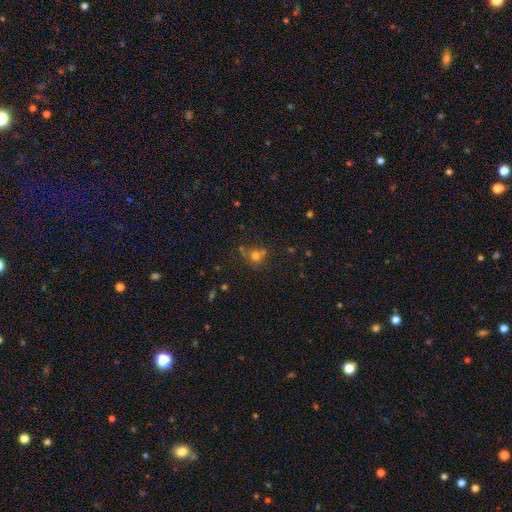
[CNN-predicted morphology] smooth_or_featured: smooth (p=0.69) [alt: star or artifact p=0.20]
how_rounded: round (p=0.87) [alt: in between p=0.12]
merging: none (p=0.60) [alt: merger p=0.23]